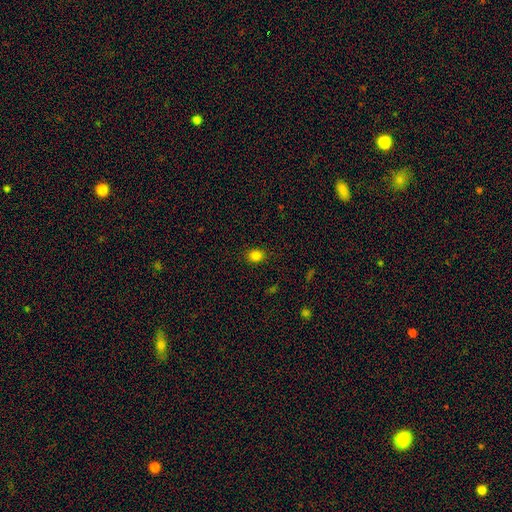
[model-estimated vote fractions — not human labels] Smooth or featured? Predicted: smooth (p=0.82). How rounded? Predicted: round (p=0.60). Merging? Predicted: none (p=0.89).